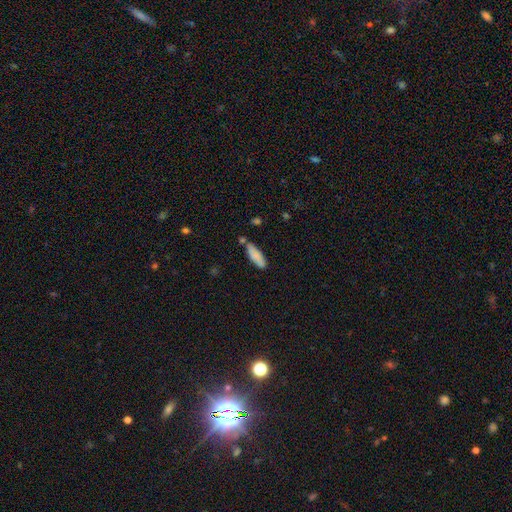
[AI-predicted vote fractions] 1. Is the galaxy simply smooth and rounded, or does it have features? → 82% smooth, 11% featured or disk, 7% star or artifact.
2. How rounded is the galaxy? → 53% in between, 45% cigar-shaped, 2% round.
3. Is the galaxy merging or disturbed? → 65% none, 19% minor disturbance, 11% merger, 4% major disturbance.